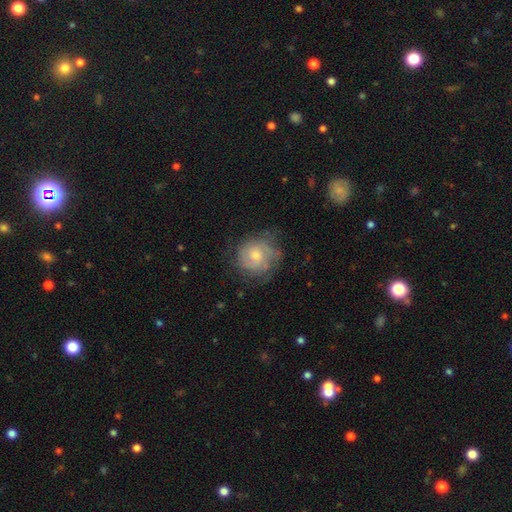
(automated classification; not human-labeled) Smooth or featured? featured or disk (51%)
Edge-on disk? no (97%)
Merging? none (61%)